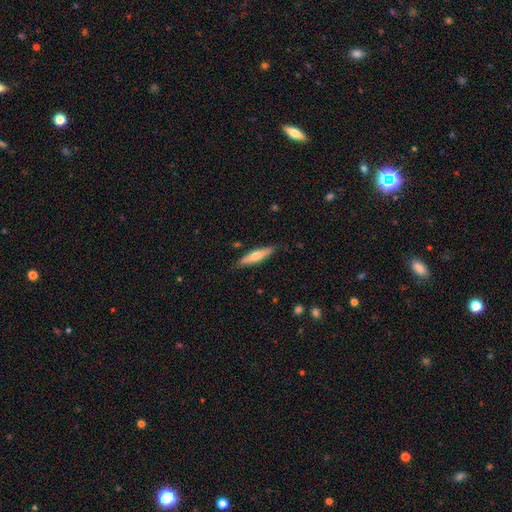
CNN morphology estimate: This appears to be a smooth galaxy with no disk features (57%) that is cigar-shaped (80%). Merging: none (86%).